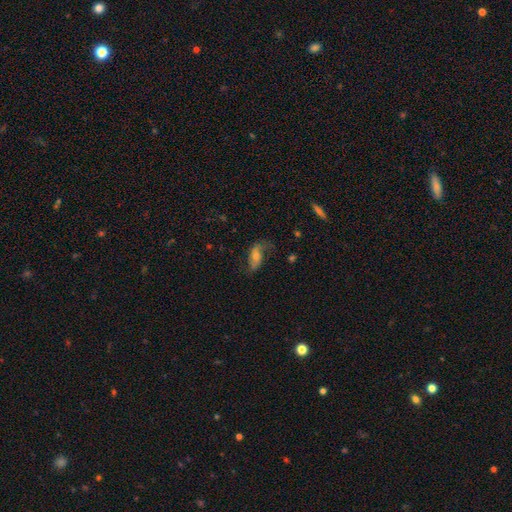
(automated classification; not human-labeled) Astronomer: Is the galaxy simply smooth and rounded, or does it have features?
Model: featured or disk — 63%.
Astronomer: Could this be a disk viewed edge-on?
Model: no — 91%.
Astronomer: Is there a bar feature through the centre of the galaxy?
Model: no — 51% (runner-up: weak, 32%).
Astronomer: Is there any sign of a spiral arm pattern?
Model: yes — 87%.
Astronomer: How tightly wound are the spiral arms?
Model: loose — 72%.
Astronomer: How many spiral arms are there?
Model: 2 — 86%.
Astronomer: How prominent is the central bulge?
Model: moderate — 52% (runner-up: small, 38%).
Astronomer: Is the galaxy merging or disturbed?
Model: none — 63%.